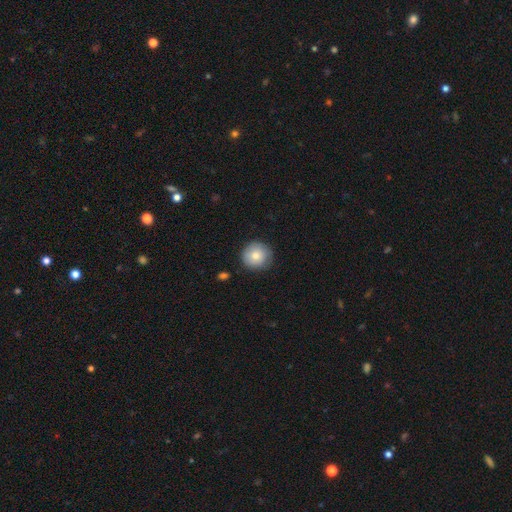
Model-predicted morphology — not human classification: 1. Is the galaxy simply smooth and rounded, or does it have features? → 79% smooth, 13% featured or disk, 8% star or artifact.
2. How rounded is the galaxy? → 94% round, 5% in between, 1% cigar-shaped.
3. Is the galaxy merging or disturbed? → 83% none, 13% minor disturbance, 3% major disturbance, 1% merger.